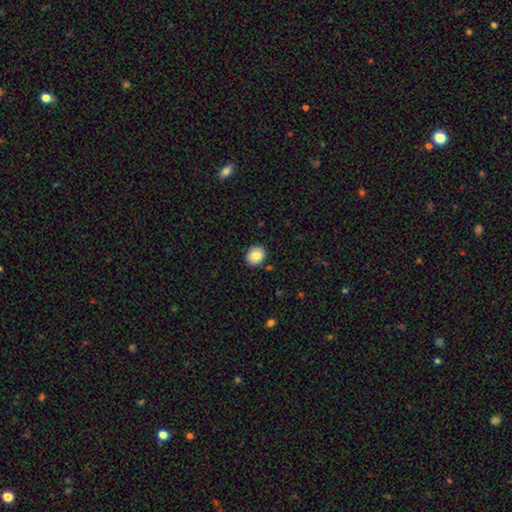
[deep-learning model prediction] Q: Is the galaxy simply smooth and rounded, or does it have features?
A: smooth — 83%.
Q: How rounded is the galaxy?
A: round — 73%.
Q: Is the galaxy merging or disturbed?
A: none — 90%.